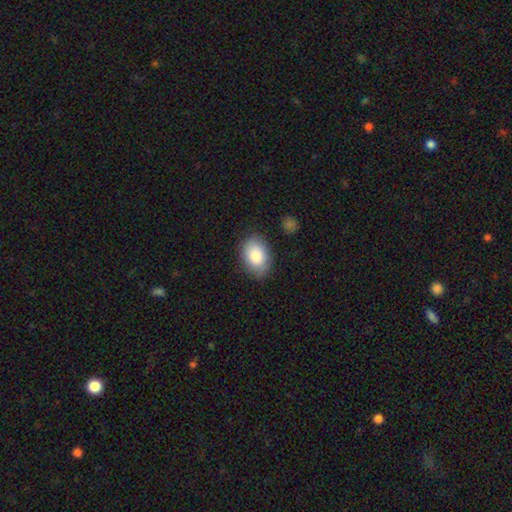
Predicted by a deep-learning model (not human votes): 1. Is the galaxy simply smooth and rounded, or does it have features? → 86% smooth, 8% featured or disk, 7% star or artifact.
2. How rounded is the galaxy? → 85% in between, 14% round, 1% cigar-shaped.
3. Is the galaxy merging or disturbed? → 81% none, 13% minor disturbance, 3% major disturbance, 2% merger.